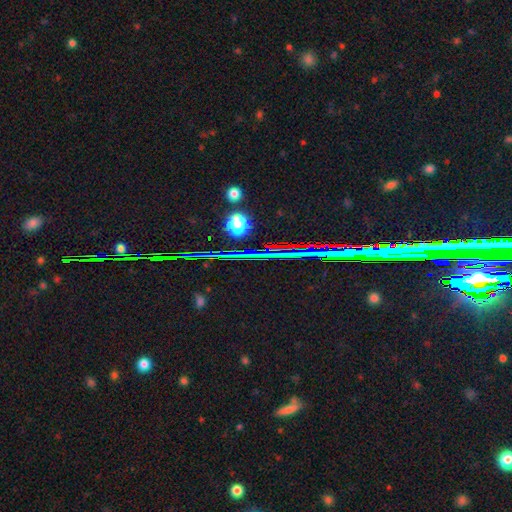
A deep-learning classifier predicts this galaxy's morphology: A star or artifact, not a galaxy (70%).